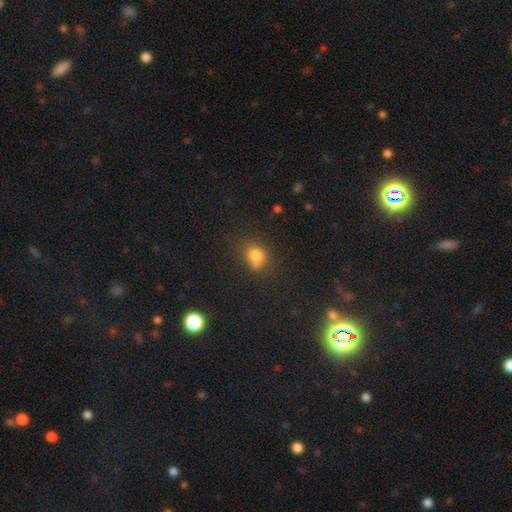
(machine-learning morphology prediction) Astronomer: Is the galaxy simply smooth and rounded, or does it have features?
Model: smooth — 76%.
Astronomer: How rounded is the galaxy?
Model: round — 62%.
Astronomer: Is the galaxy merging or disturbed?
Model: none — 49%.